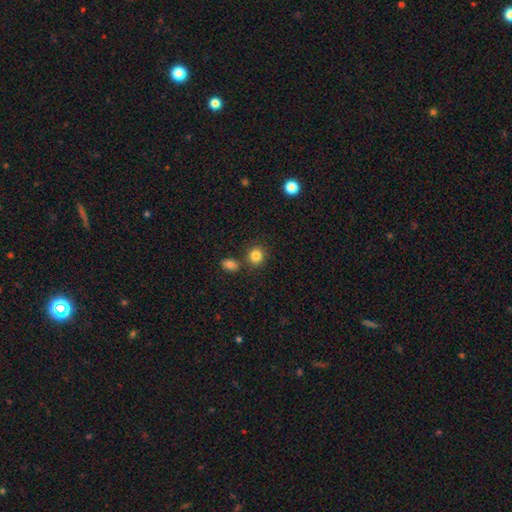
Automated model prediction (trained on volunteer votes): Smooth or featured? smooth (84%)
How rounded? round (82%)
Merging? none (75%)